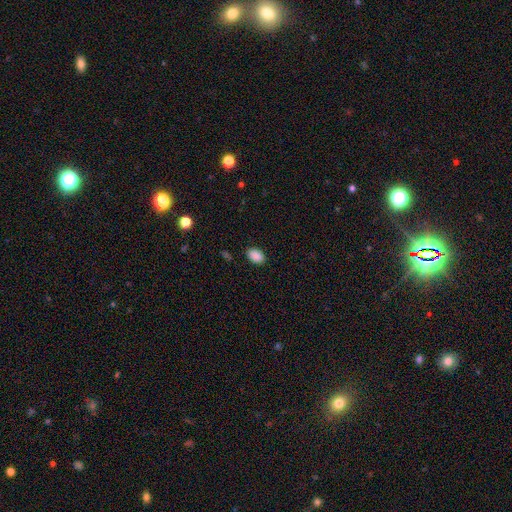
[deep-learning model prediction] Q: Smooth or featured?
A: smooth (89%); runner-up: star or artifact (8%)
Q: How rounded?
A: in between (86%); runner-up: round (13%)
Q: Merging?
A: none (88%); runner-up: minor disturbance (9%)